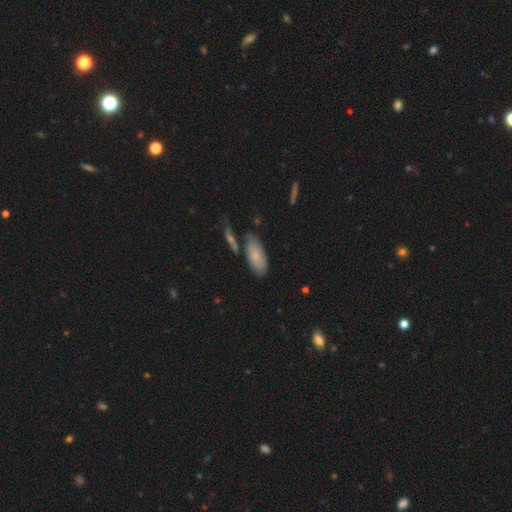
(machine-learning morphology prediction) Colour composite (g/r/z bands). It shows a smooth galaxy with no disk features (72%) that is in between round and cigar-shaped (84%). Merging: none (64%).